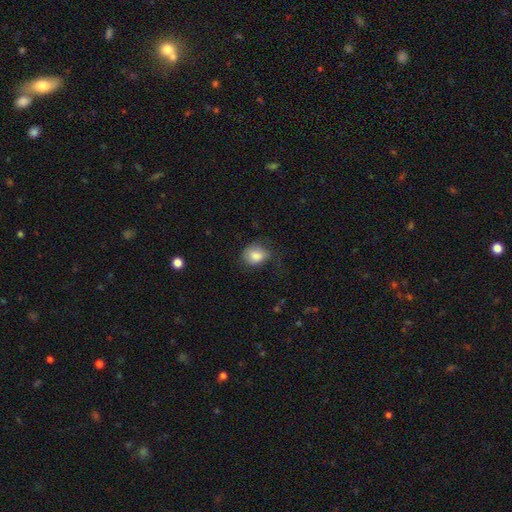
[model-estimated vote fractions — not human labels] smooth_or_featured: smooth (p=0.84) [alt: star or artifact p=0.08]
how_rounded: round (p=0.52) [alt: in between p=0.47]
merging: none (p=0.53) [alt: minor disturbance p=0.29]